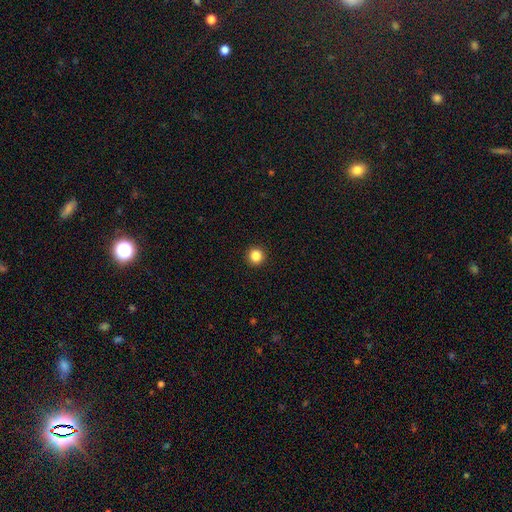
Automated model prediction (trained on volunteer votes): smooth 85%, star or artifact 11%, featured or disk 3%. Down the decision tree: how rounded — round (96%); merging — none (93%).